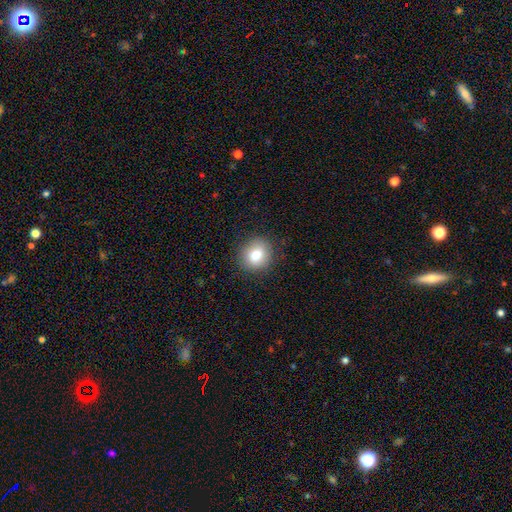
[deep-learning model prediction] The model was most divided on "how rounded": round: 77%, in between: 22%, cigar-shaped: 1%. More confident: merging — none (88%); smooth or featured — smooth (80%).